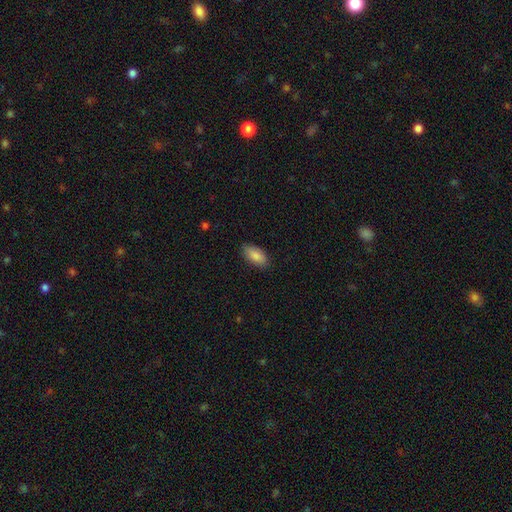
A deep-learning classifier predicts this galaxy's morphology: Smooth or featured: smooth — 86% (featured or disk — 7%)
How rounded: in between — 91% (cigar-shaped — 7%)
Merging: none — 84% (minor disturbance — 13%)